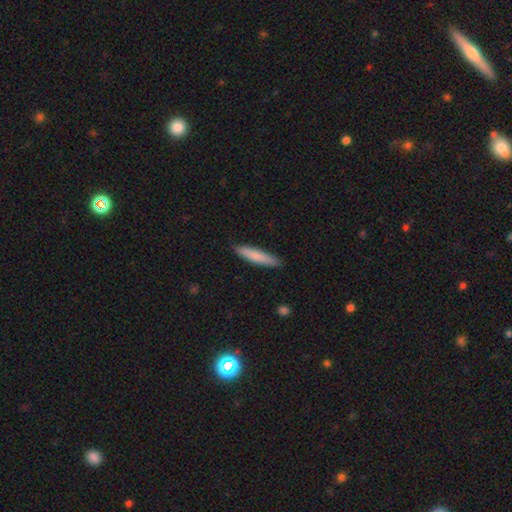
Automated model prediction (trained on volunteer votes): Smooth or featured? Predicted: smooth (p=0.79). How rounded? Predicted: cigar-shaped (p=0.89). Merging? Predicted: none (p=0.89).